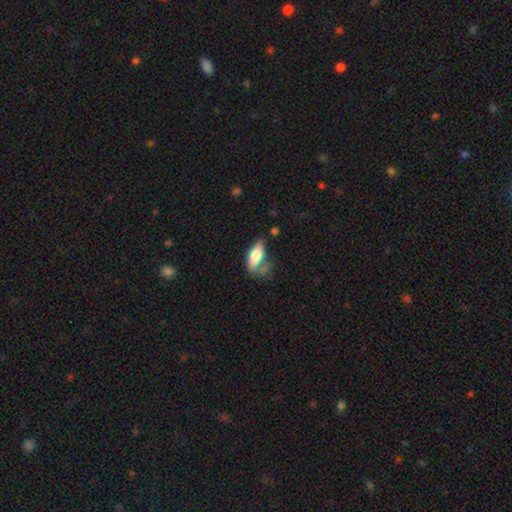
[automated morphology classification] Smooth or featured: smooth — 69% (featured or disk — 24%)
How rounded: in between — 75% (cigar-shaped — 22%)
Merging: none — 41% (minor disturbance — 29%)